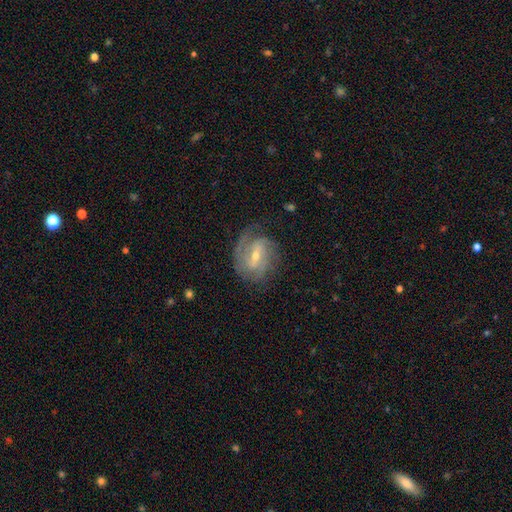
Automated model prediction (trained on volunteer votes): Q: Smooth or featured?
A: featured or disk (85%); runner-up: smooth (9%)
Q: Edge-on disk?
A: no (96%); runner-up: yes (4%)
Q: Bar?
A: weak (47%); runner-up: strong (38%)
Q: Spiral arms?
A: yes (95%); runner-up: no (5%)
Q: Spiral winding?
A: tight (46%); runner-up: medium (41%)
Q: Spiral arm count?
A: 2 (52%); runner-up: can't tell (18%)
Q: Bulge size?
A: small (53%); runner-up: moderate (43%)
Q: Merging?
A: none (69%); runner-up: minor disturbance (19%)